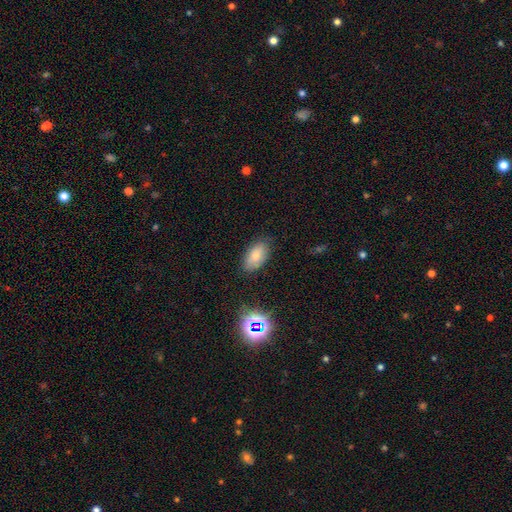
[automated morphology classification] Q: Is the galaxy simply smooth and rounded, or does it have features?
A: smooth — 77%.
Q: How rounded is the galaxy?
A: in between — 92%.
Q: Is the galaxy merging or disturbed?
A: none — 81%.